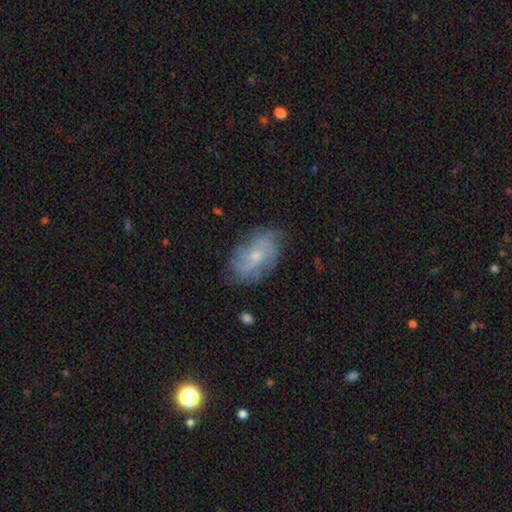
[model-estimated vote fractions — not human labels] Q: Smooth or featured?
A: featured or disk (63%); runner-up: smooth (28%)
Q: Edge-on disk?
A: no (95%); runner-up: yes (5%)
Q: Bar?
A: no (72%); runner-up: weak (24%)
Q: Spiral arms?
A: yes (79%); runner-up: no (21%)
Q: Bulge size?
A: small (60%); runner-up: moderate (35%)
Q: Merging?
A: none (69%); runner-up: minor disturbance (22%)